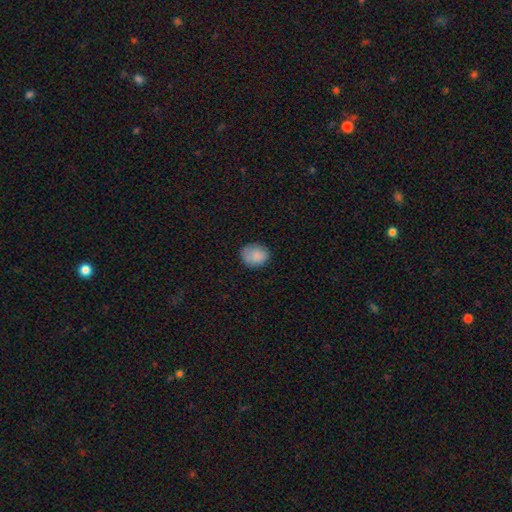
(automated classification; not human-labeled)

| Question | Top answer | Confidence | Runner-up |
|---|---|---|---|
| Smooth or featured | smooth | 86% | star or artifact (8%) |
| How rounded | round | 65% | in between (34%) |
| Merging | none | 76% | minor disturbance (19%) |